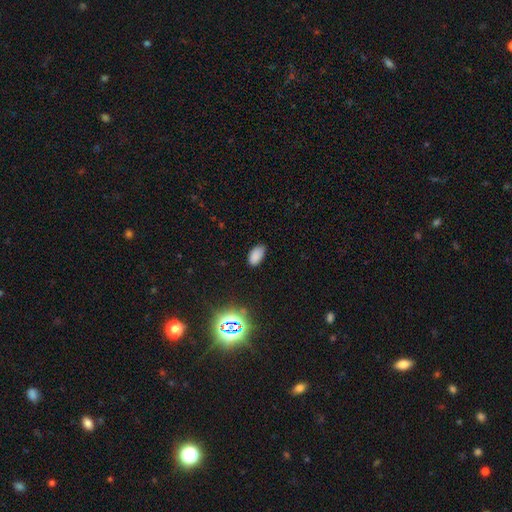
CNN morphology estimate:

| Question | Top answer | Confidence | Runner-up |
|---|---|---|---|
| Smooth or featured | smooth | 81% | star or artifact (14%) |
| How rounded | in between | 94% | round (4%) |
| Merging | none | 74% | minor disturbance (21%) |